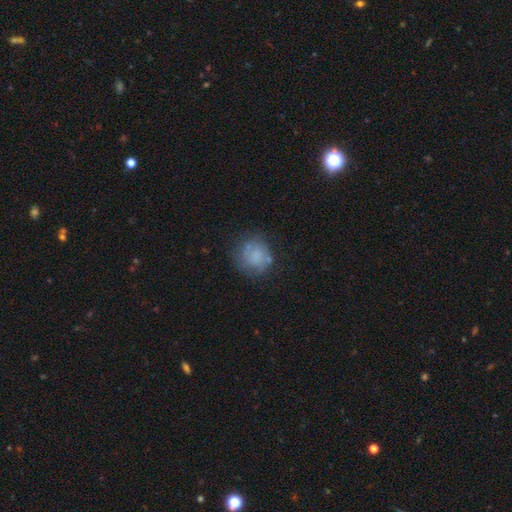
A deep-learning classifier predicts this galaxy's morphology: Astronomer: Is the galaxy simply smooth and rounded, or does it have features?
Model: smooth — 62%.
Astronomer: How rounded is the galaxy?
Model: round — 83%.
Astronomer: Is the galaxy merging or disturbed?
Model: none — 64%.